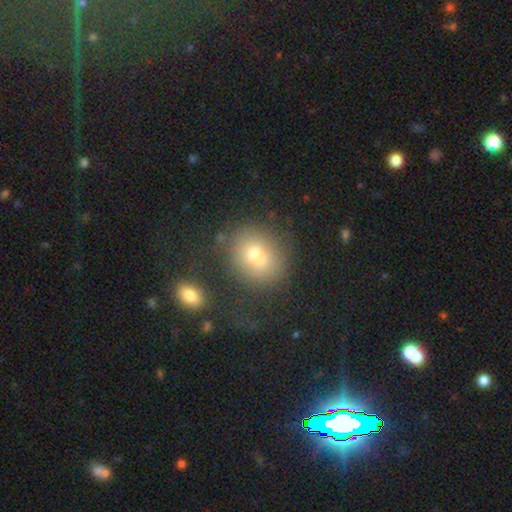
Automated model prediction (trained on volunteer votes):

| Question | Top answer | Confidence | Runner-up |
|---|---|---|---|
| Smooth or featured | smooth | 65% | star or artifact (19%) |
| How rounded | round | 63% | in between (36%) |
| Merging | none | 68% | minor disturbance (16%) |